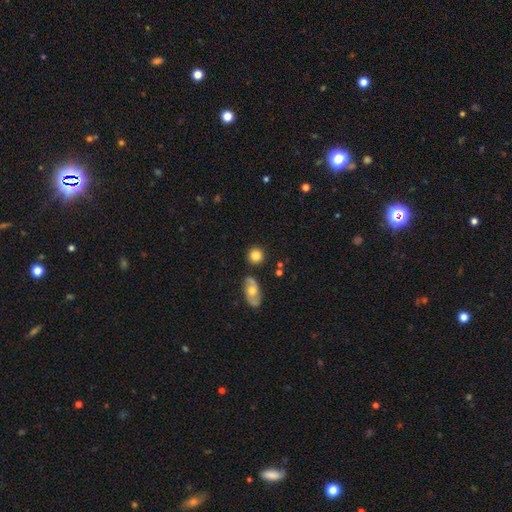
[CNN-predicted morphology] Overall: smooth (83%). How rounded: round (89%). Merging: none (82%).